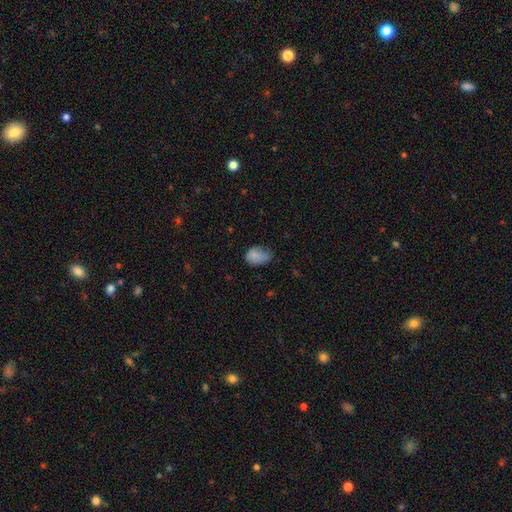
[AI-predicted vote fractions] This is clearly a smooth galaxy (82%). How rounded: clearly in between (80%). Merging: marginally minor disturbance (43%).